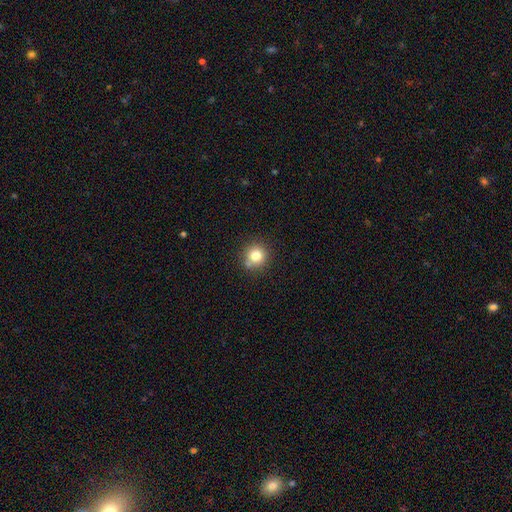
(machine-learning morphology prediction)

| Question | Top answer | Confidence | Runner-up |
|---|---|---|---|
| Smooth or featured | smooth | 79% | star or artifact (12%) |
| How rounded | round | 93% | in between (6%) |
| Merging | none | 79% | minor disturbance (11%) |